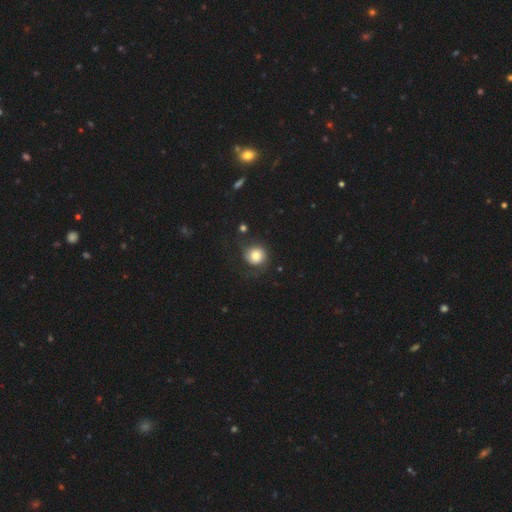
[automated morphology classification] smooth_or_featured: smooth (p=0.68) [alt: featured or disk p=0.24]
how_rounded: round (p=0.87) [alt: in between p=0.12]
merging: none (p=0.57) [alt: minor disturbance p=0.21]